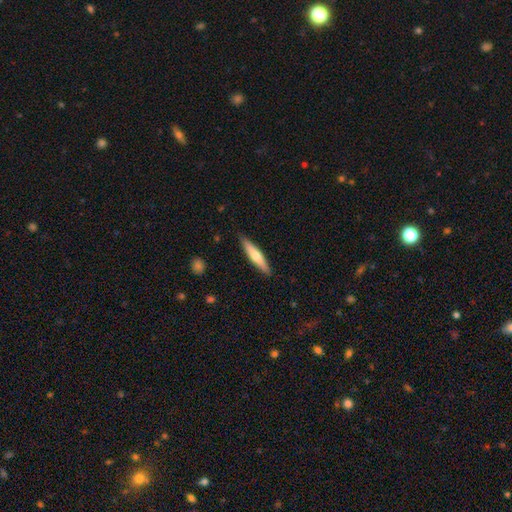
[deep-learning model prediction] A smooth galaxy with no disk features (57%) that is cigar-shaped (88%). Merging: none (88%).